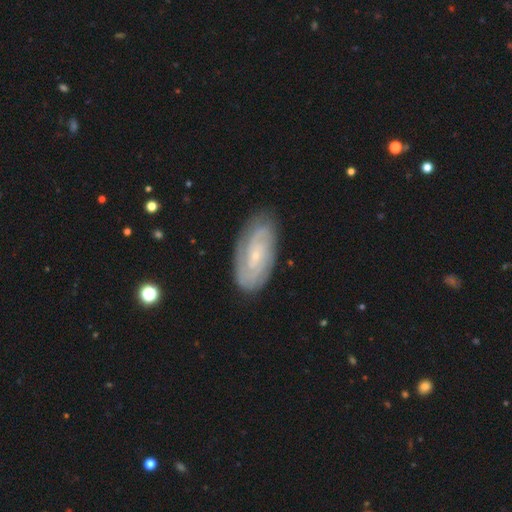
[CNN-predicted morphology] type=featured or disk (79%); edge-on=no (94%); bar=no (63%); spiral arms=yes (94%); winding=tight (69%); arm count=can't tell (35%); bulge=small (82%); merging=none (81%).